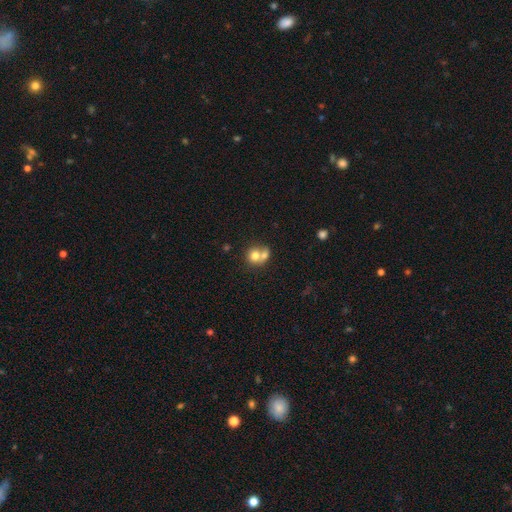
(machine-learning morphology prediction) Smooth or featured? smooth (73%)
How rounded? round (74%)
Merging? merger (61%)